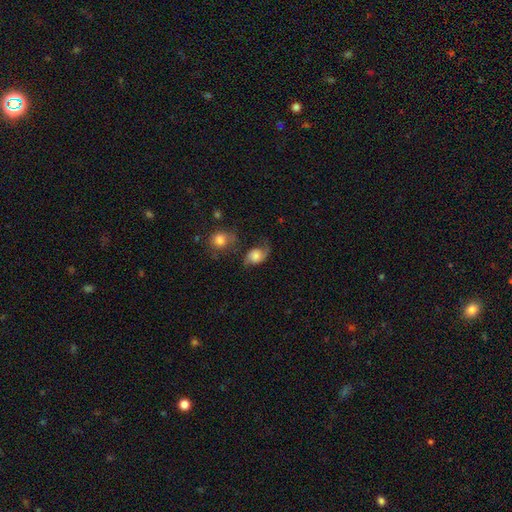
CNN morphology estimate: Overall: featured or disk (54%; smooth 37%). Edge-on disk: no (96%). Bar: no (68%). Spiral arms: yes (90%). Bulge size: moderate (34%; large 29%). Merging: none (49%; minor disturbance 26%).